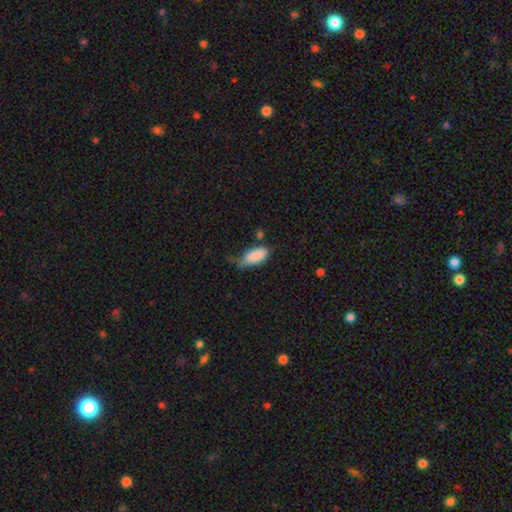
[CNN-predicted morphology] Q: Smooth or featured?
A: smooth (85%); runner-up: featured or disk (8%)
Q: How rounded?
A: in between (92%); runner-up: cigar-shaped (6%)
Q: Merging?
A: minor disturbance (41%); runner-up: none (36%)